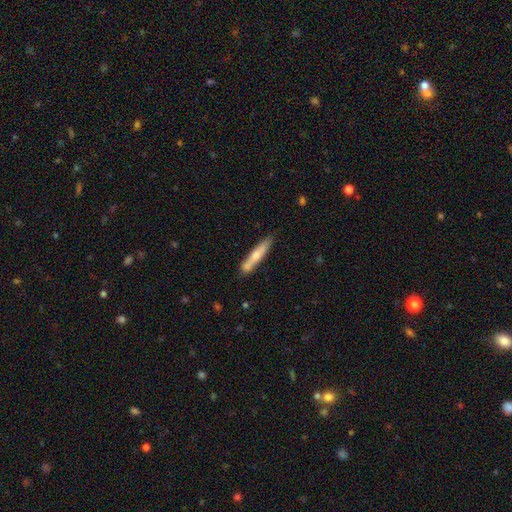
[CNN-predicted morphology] type=smooth (60%); roundness=cigar-shaped (92%); merging=none (78%).